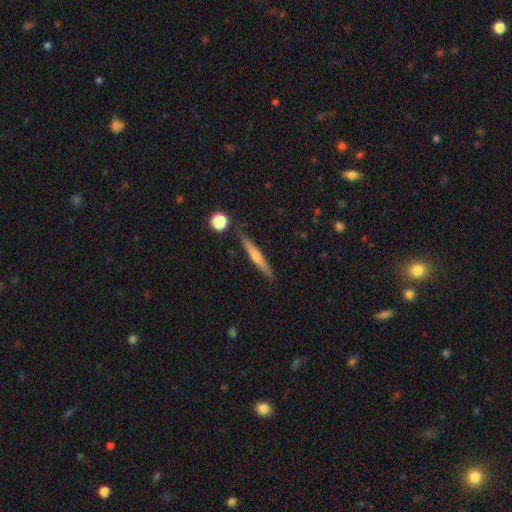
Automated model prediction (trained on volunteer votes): Overall: featured or disk (65%; smooth 28%). Edge-on disk: yes (97%). Edge-on bulge: rounded (75%). Merging: none (88%).